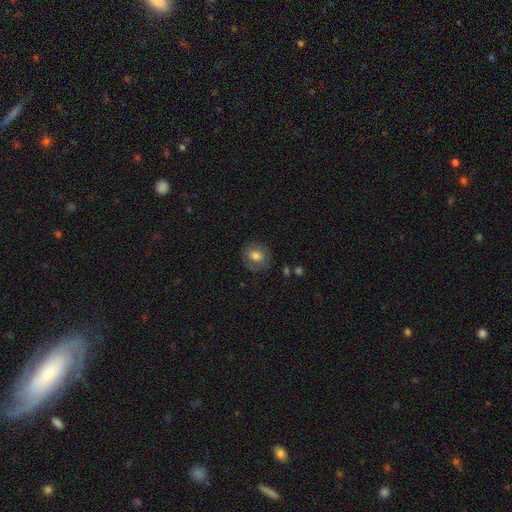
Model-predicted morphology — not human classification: smooth_or_featured: smooth (p=0.70) [alt: featured or disk p=0.21]
how_rounded: round (p=0.80) [alt: in between p=0.19]
merging: none (p=0.80) [alt: minor disturbance p=0.14]